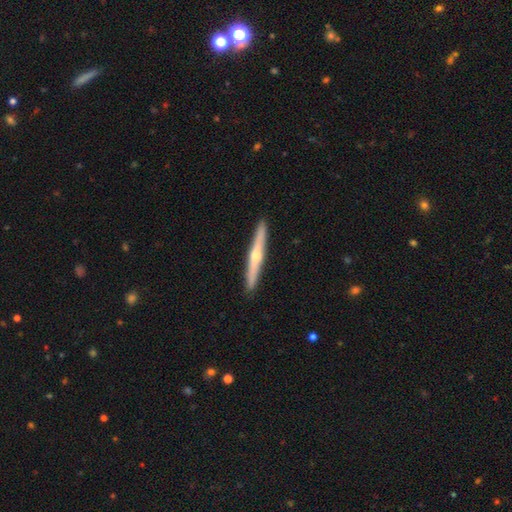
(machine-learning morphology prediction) Q: Smooth or featured?
A: featured or disk (68%); runner-up: smooth (27%)
Q: Edge-on disk?
A: yes (96%); runner-up: no (4%)
Q: Edge-on bulge?
A: rounded (86%); runner-up: none (12%)
Q: Merging?
A: none (92%); runner-up: minor disturbance (6%)